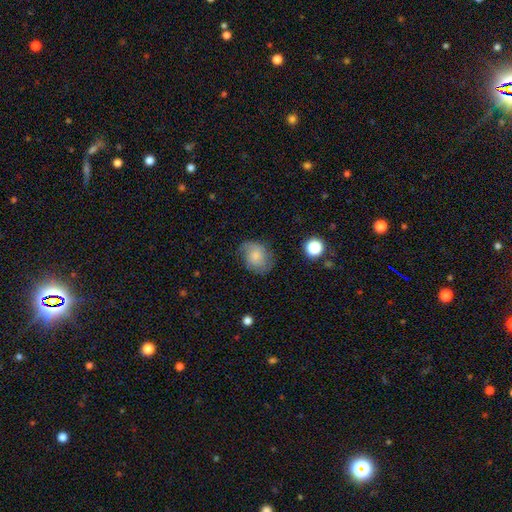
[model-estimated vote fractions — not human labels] Q: Smooth or featured?
A: smooth (59%); runner-up: featured or disk (32%)
Q: How rounded?
A: in between (54%); runner-up: round (45%)
Q: Merging?
A: none (60%); runner-up: minor disturbance (27%)